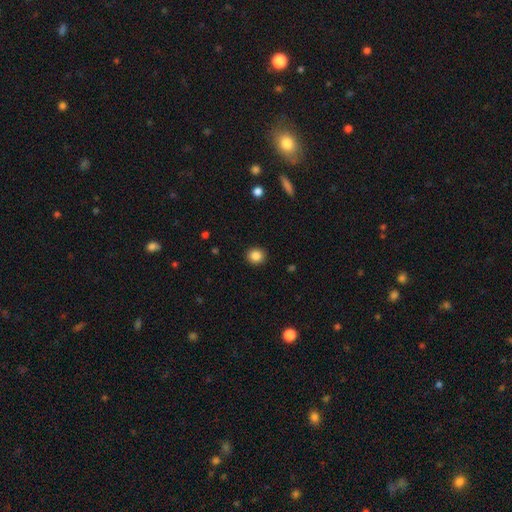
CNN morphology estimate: Smooth or featured? Predicted: smooth (p=0.86). How rounded? Predicted: round (p=0.88). Merging? Predicted: none (p=0.92).